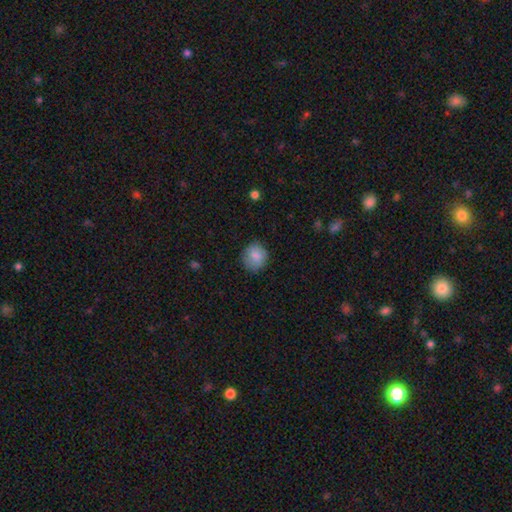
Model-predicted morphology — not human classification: A smooth galaxy with no disk features (81%) that is round (78%). Merging: none (79%).